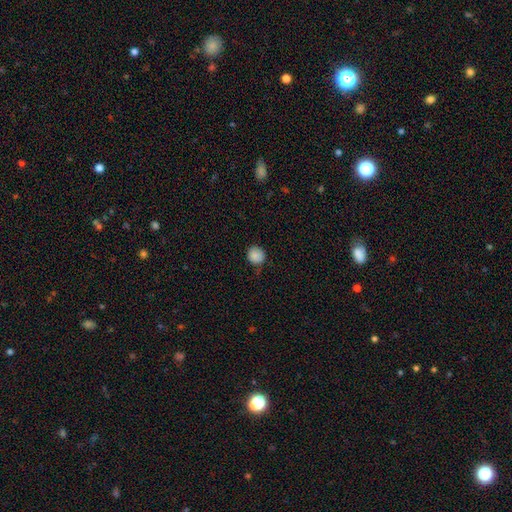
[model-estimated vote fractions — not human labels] This appears to be a smooth galaxy with no disk features (87%) that is round (91%). Merging: none (76%).